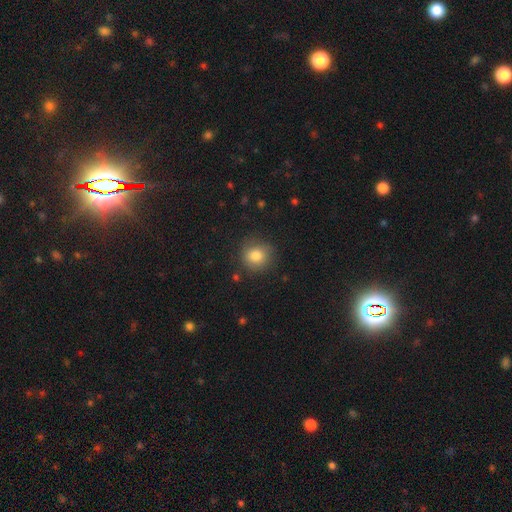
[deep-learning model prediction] Smooth or featured? smooth (83%)
How rounded? round (88%)
Merging? none (82%)